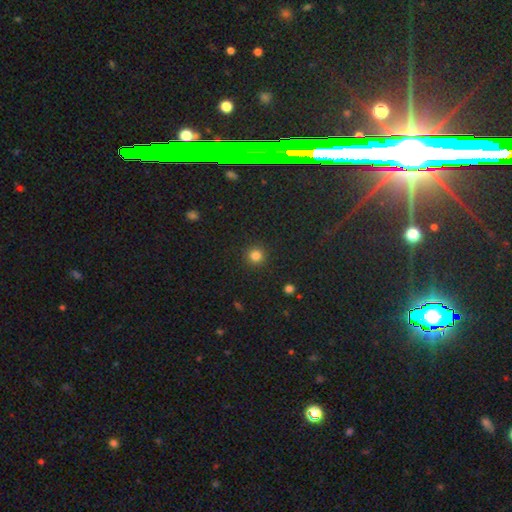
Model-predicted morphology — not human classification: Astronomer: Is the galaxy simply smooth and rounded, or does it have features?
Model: smooth — 83%.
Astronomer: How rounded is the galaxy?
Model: round — 94%.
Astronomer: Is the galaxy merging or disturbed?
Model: none — 92%.